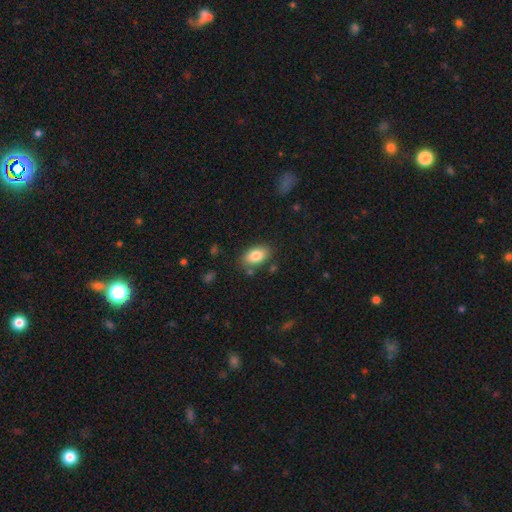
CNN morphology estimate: A smooth galaxy with no disk features (83%) that is in between round and cigar-shaped (91%).

Vote fractions:
- Smooth or featured? smooth: 83% / featured or disk: 9% / star or artifact: 7%
- How rounded? in between: 91% / round: 7% / cigar-shaped: 2%
- Merging? none: 82% / minor disturbance: 12% / major disturbance: 3% / merger: 3%